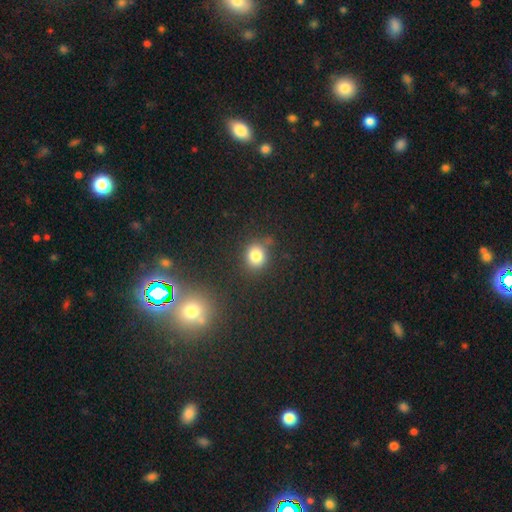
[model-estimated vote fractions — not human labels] Smooth or featured? Predicted: smooth (p=0.81). How rounded? Predicted: round (p=0.78). Merging? Predicted: none (p=0.77).